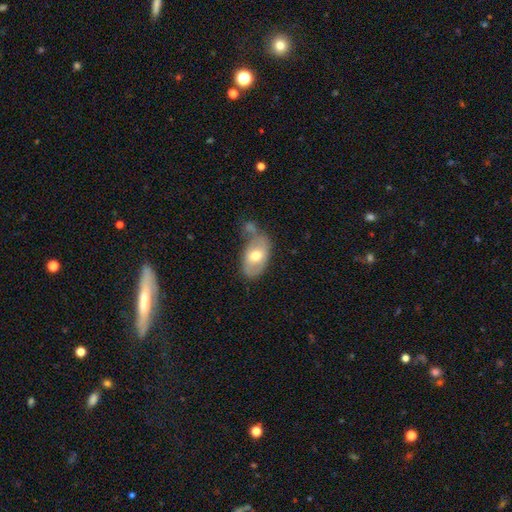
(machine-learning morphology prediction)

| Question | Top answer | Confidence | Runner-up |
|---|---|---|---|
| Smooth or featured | smooth | 58% | featured or disk (35%) |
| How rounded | in between | 90% | round (8%) |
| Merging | none | 43% | minor disturbance (23%) |